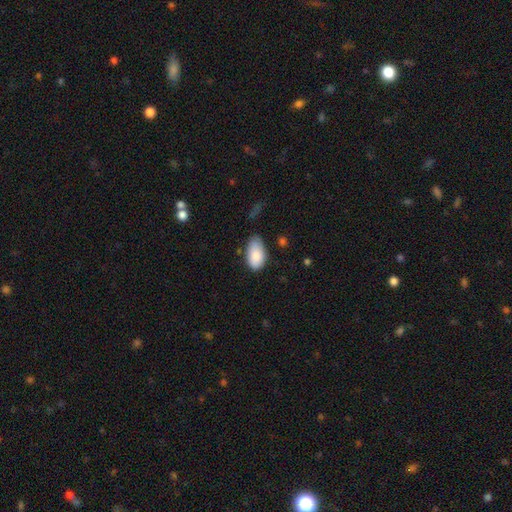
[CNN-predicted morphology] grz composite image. It shows a smooth galaxy with no disk features (85%) that is in between round and cigar-shaped (94%). Merging: none (55%).